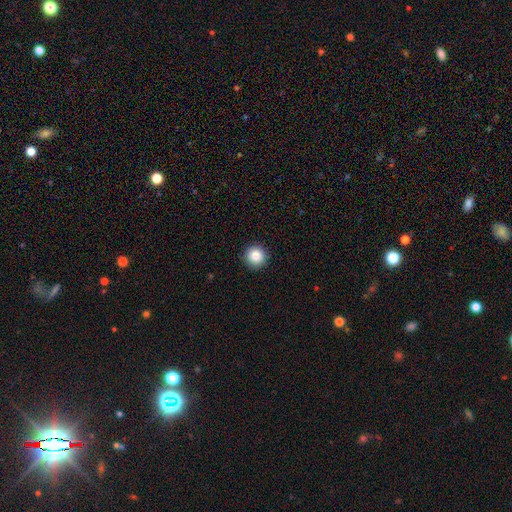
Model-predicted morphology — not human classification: The model was most divided on "smooth or featured": smooth: 85%, star or artifact: 10%, featured or disk: 5%. More confident: how rounded — round (96%); merging — none (92%).